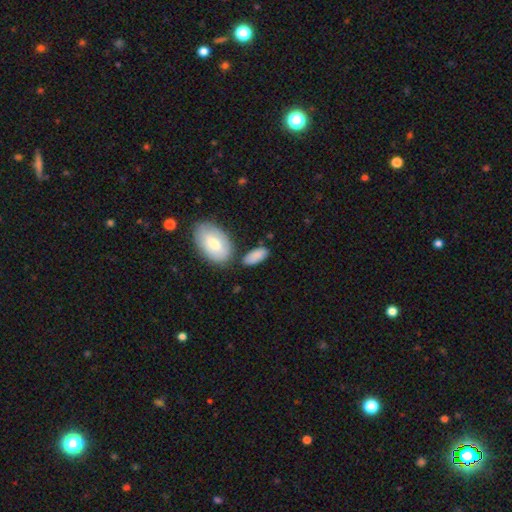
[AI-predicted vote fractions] A smooth galaxy with no disk features (84%) that is in between round and cigar-shaped (89%). Merging: none (64%).